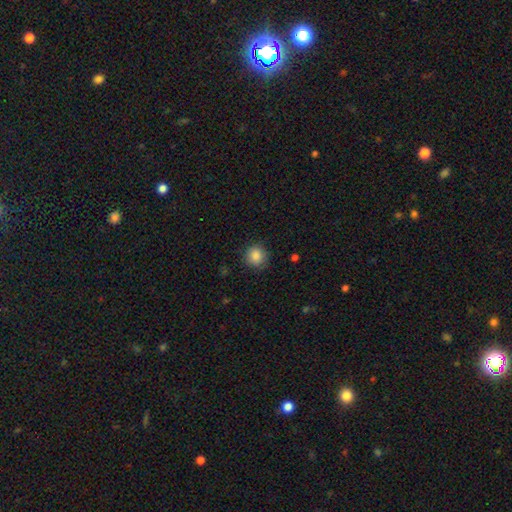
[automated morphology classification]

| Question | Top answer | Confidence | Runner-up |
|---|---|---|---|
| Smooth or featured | smooth | 87% | star or artifact (9%) |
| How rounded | round | 90% | in between (9%) |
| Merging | none | 85% | minor disturbance (11%) |